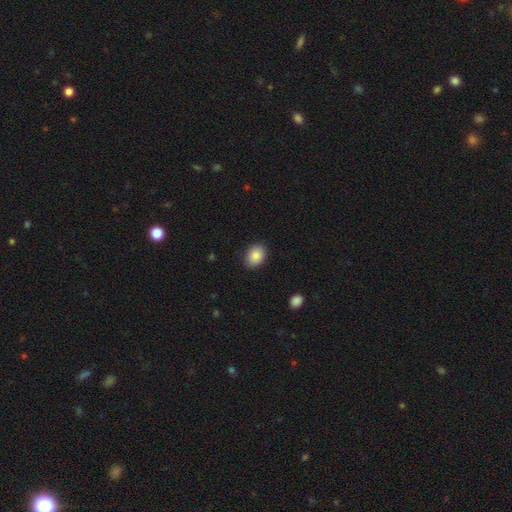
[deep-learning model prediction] Smooth or featured?
  - smooth: 88% *
  - star or artifact: 8%
  - featured or disk: 4%
How rounded?
  - in between: 65% *
  - round: 34%
  - cigar-shaped: 1%
Merging?
  - none: 87% *
  - minor disturbance: 10%
  - major disturbance: 2%
  - merger: 1%